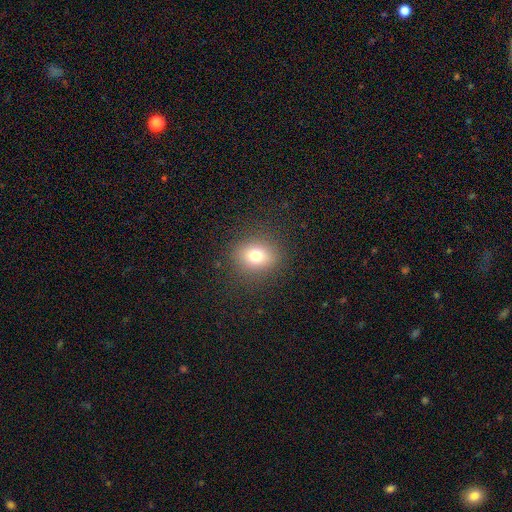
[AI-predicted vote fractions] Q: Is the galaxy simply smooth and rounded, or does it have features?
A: smooth — 75%.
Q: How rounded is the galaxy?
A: round — 70%.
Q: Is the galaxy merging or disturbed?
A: none — 87%.